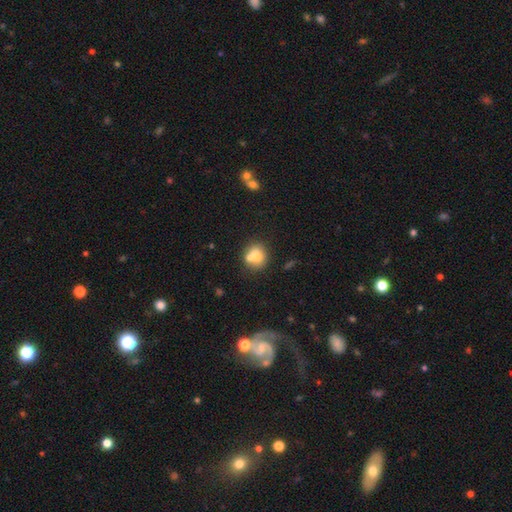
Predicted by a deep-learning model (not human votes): smooth 71%, featured or disk 18%, star or artifact 11%. Down the decision tree: how rounded — round (83%); merging — none (58%).